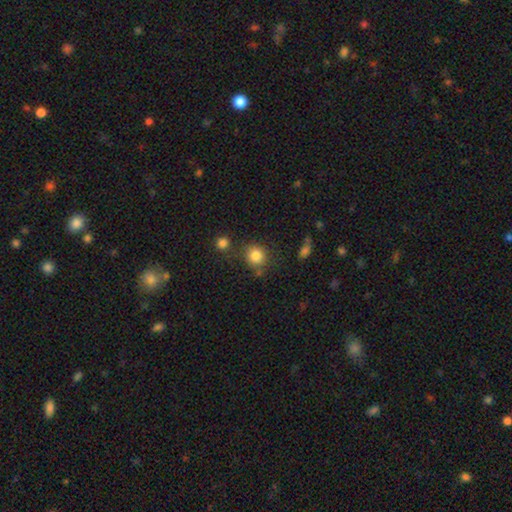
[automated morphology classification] Smooth or featured? smooth (83%)
How rounded? round (87%)
Merging? none (73%)